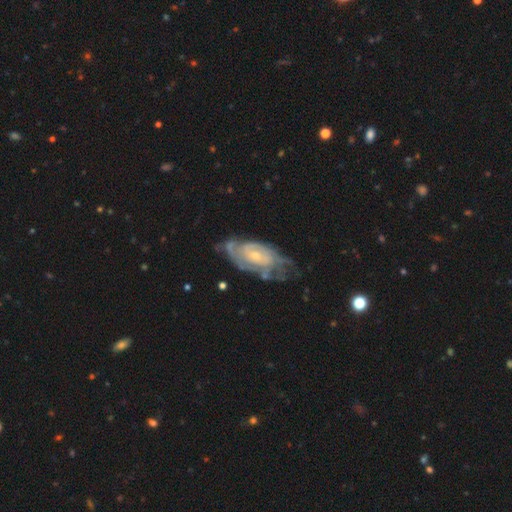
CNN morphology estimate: A featured or disk galaxy (80%) with no bar (64%), tight (62%) spiral arms (86%) and a small central bulge (61%). Merging: none (50%).